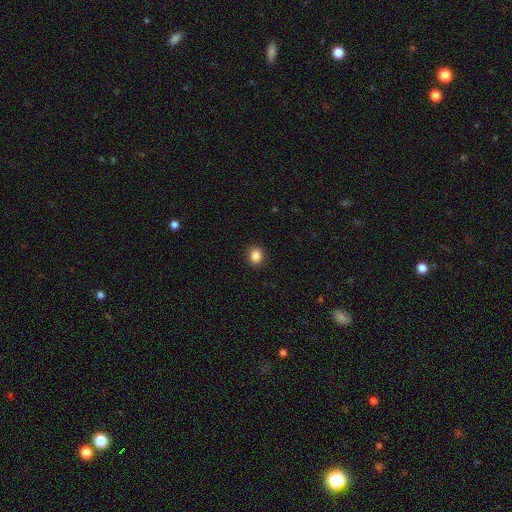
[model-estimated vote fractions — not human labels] Morphology: type=smooth (87%); roundness=round (69%); merging=none (91%).